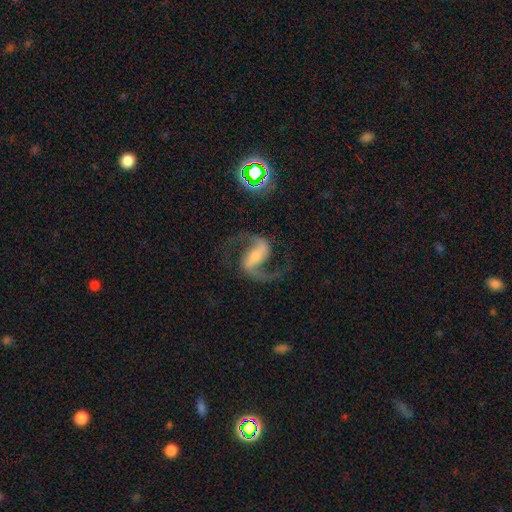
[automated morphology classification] The model was most divided on "spiral winding": medium: 47%, loose: 45%, tight: 7%. Remaining: spiral arms — yes (98%); edge-on disk — no (97%); spiral arm count — 2 (94%); smooth or featured — featured or disk (90%); merging — none (80%); bar — strong (57%); bulge size — small (47%).